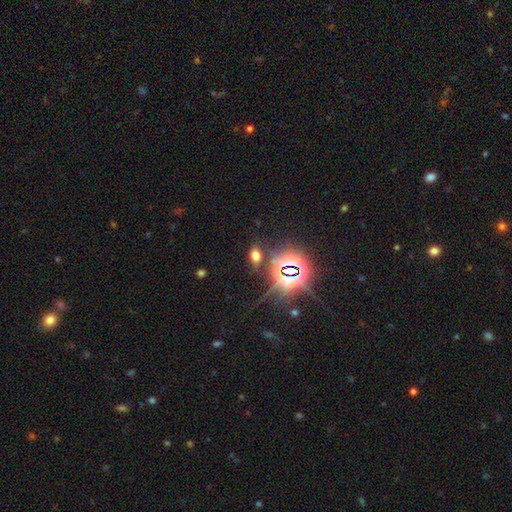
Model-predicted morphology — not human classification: type=smooth (53%); roundness=in between (86%); merging=none (82%).